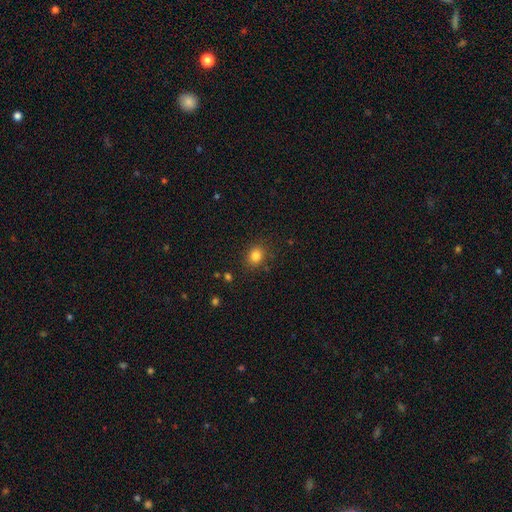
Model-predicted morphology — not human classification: The model was most divided on "how rounded": round: 67%, in between: 32%, cigar-shaped: 1%. More confident: merging — none (86%); smooth or featured — smooth (83%).